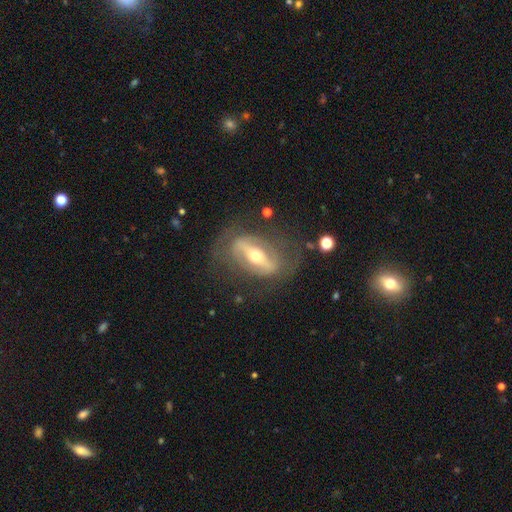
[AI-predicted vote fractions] The model was most divided on "spiral arms": yes: 59%, no: 41%. More confident: edge-on disk — no (83%); smooth or featured — featured or disk (79%); bar — strong (69%); merging — none (66%); bulge size — moderate (57%).